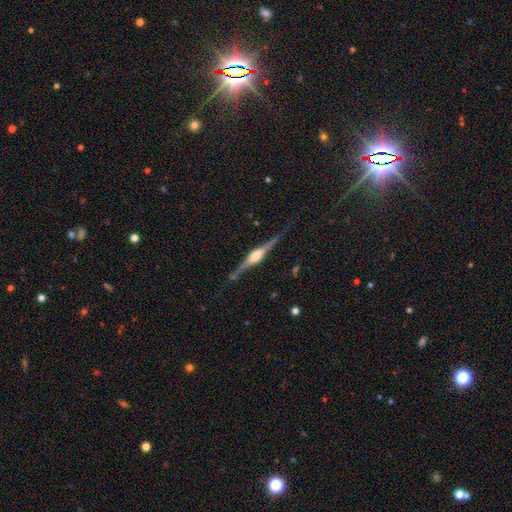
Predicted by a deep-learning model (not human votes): Overall: featured or disk (86%). Edge-on disk: yes (98%). Edge-on bulge: rounded (89%). Merging: none (83%).